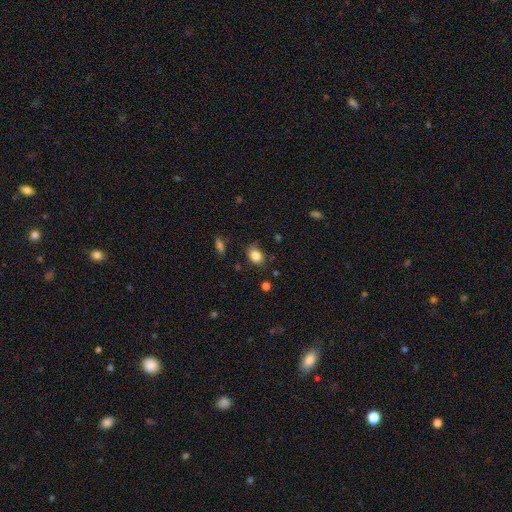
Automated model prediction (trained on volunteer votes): smooth-or-featured: smooth: 83% | star or artifact: 9% | featured or disk: 7%
  how-rounded: in between: 71% | round: 27% | cigar-shaped: 1%
  merging: none: 74% | minor disturbance: 20% | major disturbance: 4% | merger: 2%